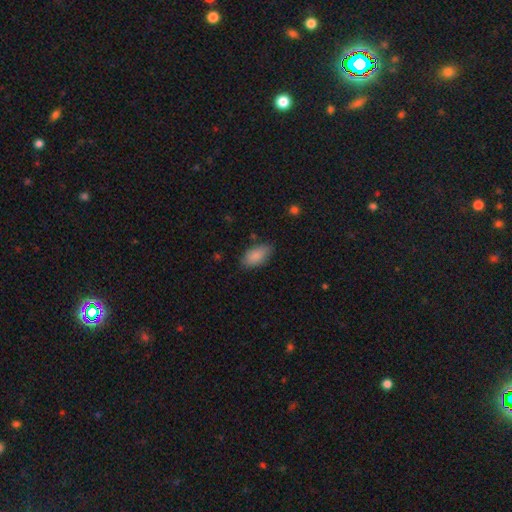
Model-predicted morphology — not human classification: smooth 88%, star or artifact 6%, featured or disk 6%. Down the decision tree: how rounded — in between (93%); merging — none (80%).